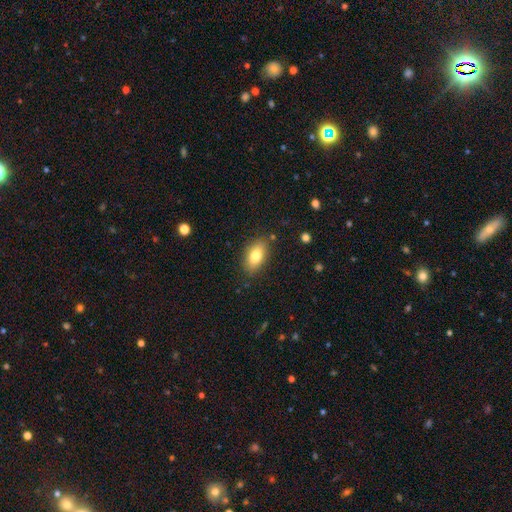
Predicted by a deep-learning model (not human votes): Overall: smooth (80%). How rounded: in between (89%). Merging: none (85%).